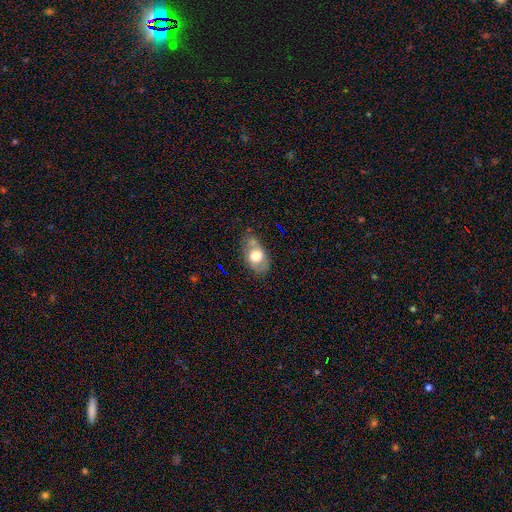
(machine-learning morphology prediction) A smooth galaxy with no disk features (60%) that is in between round and cigar-shaped (86%). Merging: none (57%).